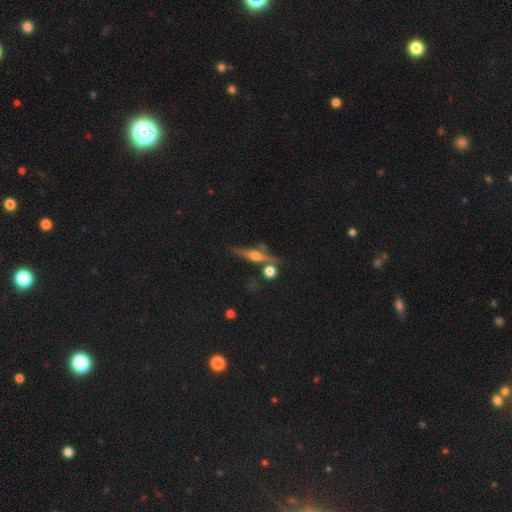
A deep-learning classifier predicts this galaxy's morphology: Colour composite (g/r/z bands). It shows a featured or disk galaxy (71%) viewed edge-on (95%) with a rounded central bulge (91%). Merging: none (74%).